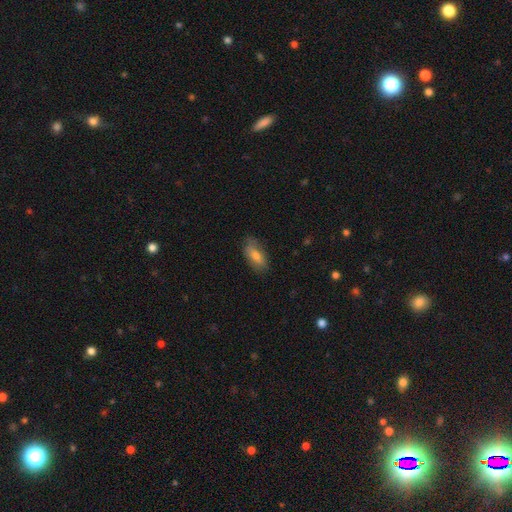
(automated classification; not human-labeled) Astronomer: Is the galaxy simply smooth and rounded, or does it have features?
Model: smooth — 72%.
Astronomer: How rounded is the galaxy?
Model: in between — 81%.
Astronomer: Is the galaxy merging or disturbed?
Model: none — 72%.